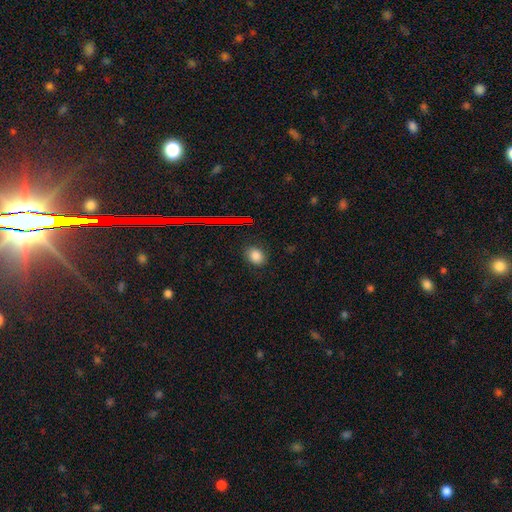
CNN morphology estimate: Overall: smooth (80%). How rounded: round (52%; in between 46%). Merging: none (85%).